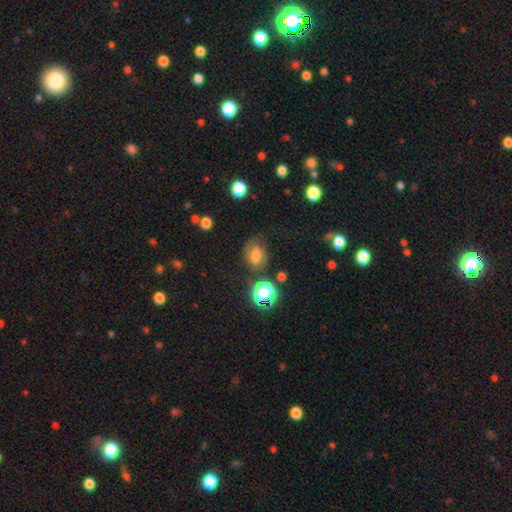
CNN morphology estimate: Overall: smooth (44%; featured or disk 38%). Merging: none (64%).